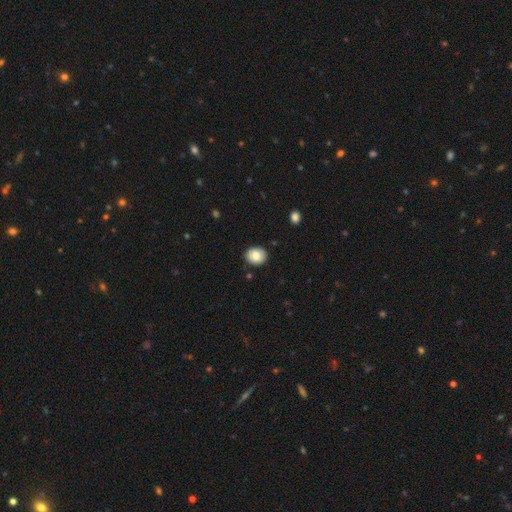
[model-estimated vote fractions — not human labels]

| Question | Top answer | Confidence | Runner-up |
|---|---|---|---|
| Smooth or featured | smooth | 84% | featured or disk (8%) |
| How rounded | round | 56% | in between (43%) |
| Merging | none | 87% | minor disturbance (9%) |